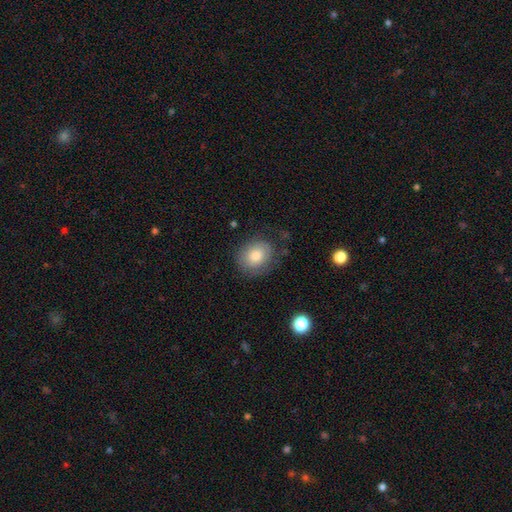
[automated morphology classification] This appears to be a smooth galaxy with no disk features (75%) that is round (58%). Merging: none (69%).